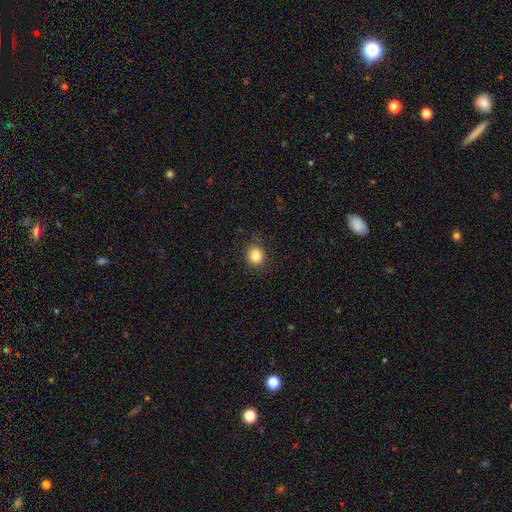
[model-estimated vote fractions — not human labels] Smooth or featured? smooth (83%)
How rounded? round (80%)
Merging? none (87%)